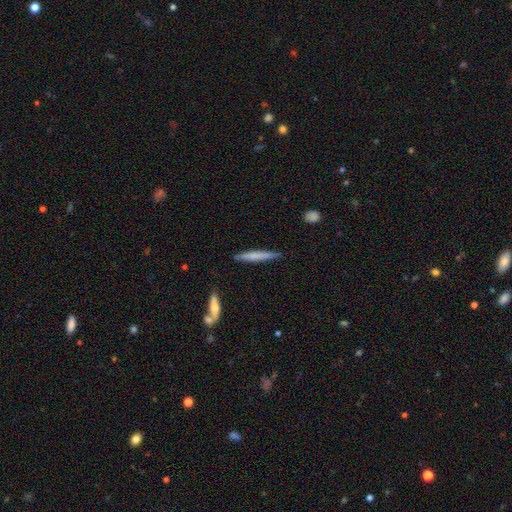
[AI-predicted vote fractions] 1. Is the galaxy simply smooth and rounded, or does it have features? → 62% smooth, 32% featured or disk, 5% star or artifact.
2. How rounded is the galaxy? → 95% cigar-shaped, 3% in between, 1% round.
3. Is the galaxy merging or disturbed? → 86% none, 10% minor disturbance, 2% merger, 2% major disturbance.